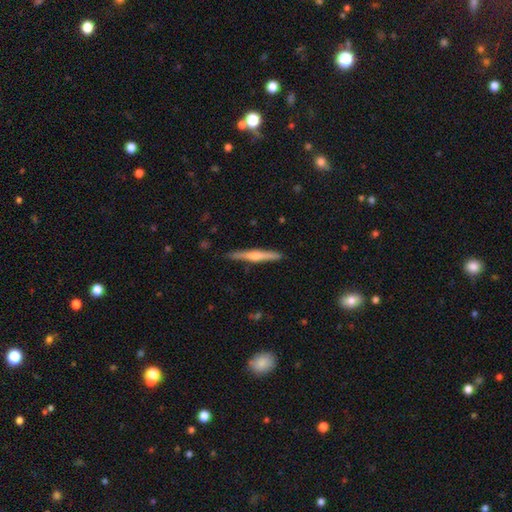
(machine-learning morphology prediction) A featured or disk galaxy (58%) viewed edge-on (98%) with a rounded central bulge (74%). Merging: none (88%).